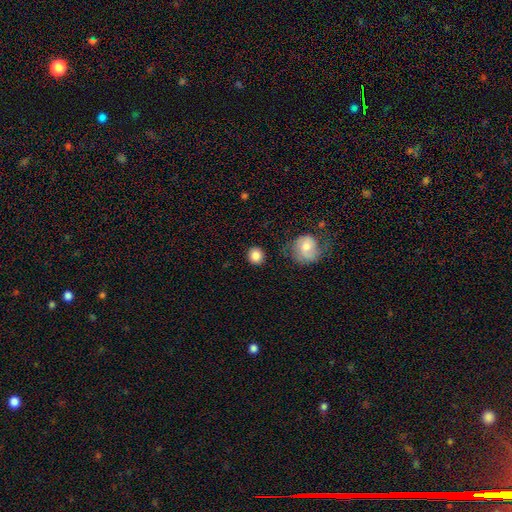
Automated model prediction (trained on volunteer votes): A smooth galaxy with no disk features (86%) that is round (89%).

Vote fractions:
- Smooth or featured? smooth: 86% / star or artifact: 8% / featured or disk: 5%
- How rounded? round: 89% / in between: 10% / cigar-shaped: 1%
- Merging? none: 85% / minor disturbance: 9% / major disturbance: 3% / merger: 3%